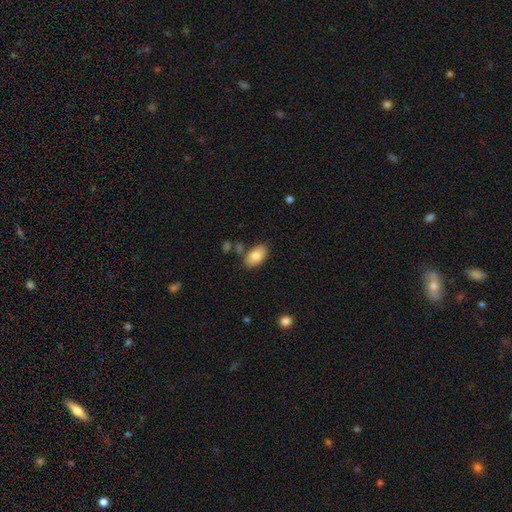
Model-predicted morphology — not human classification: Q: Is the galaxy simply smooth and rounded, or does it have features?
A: smooth — 83%.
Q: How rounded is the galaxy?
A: in between — 93%.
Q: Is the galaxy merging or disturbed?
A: none — 80%.